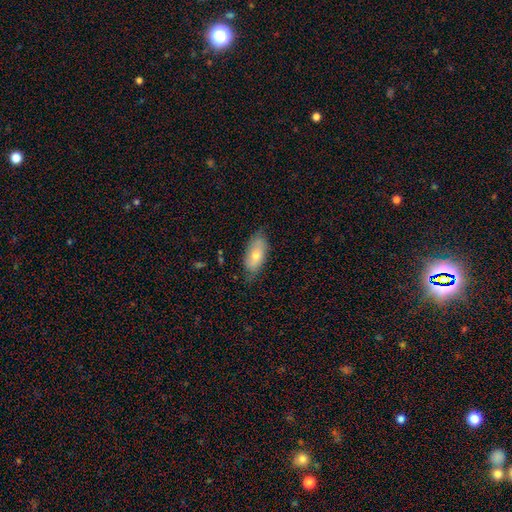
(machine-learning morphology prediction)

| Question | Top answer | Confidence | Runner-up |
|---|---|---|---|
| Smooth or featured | smooth | 66% | featured or disk (27%) |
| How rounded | in between | 88% | cigar-shaped (10%) |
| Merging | none | 74% | minor disturbance (21%) |